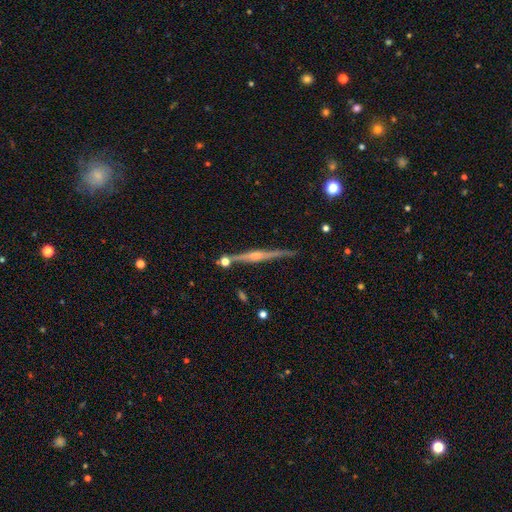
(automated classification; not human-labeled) The model was most divided on "edge-on bulge": rounded: 77%, none: 12%, boxy: 11%. More confident: edge-on disk — yes (98%); merging — none (84%); smooth or featured — featured or disk (82%).